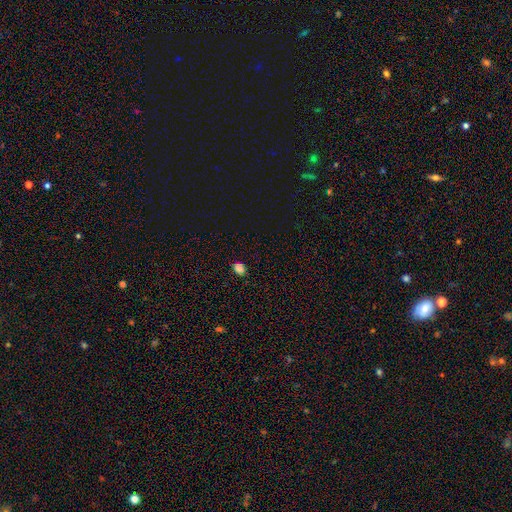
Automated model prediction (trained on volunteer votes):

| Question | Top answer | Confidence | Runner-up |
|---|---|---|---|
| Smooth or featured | smooth | 75% | star or artifact (21%) |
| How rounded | in between | 59% | round (39%) |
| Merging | none | 86% | minor disturbance (10%) |